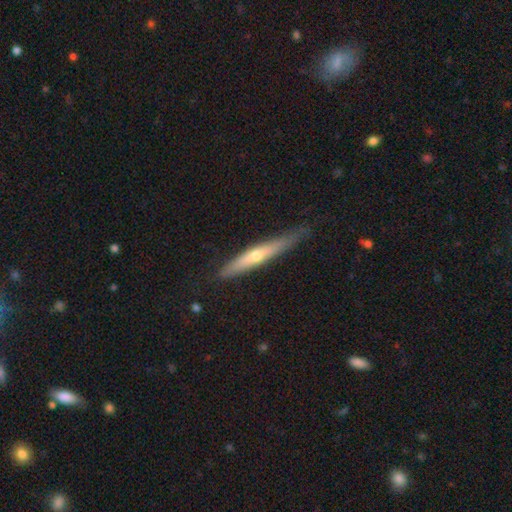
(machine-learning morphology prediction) A featured or disk galaxy (54%) viewed edge-on (90%).

Vote fractions:
- Smooth or featured? featured or disk: 54% / smooth: 40% / star or artifact: 6%
- Edge-on disk? yes: 90% / no: 10%
- Merging? none: 76% / minor disturbance: 20% / major disturbance: 3% / merger: 1%